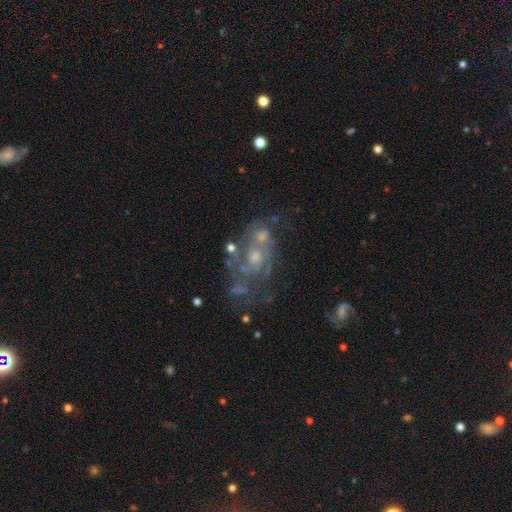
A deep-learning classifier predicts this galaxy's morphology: Q: Smooth or featured?
A: featured or disk (71%); runner-up: smooth (16%)
Q: Edge-on disk?
A: no (97%); runner-up: yes (3%)
Q: Bar?
A: no (82%); runner-up: weak (15%)
Q: Spiral arms?
A: yes (59%); runner-up: no (41%)
Q: Bulge size?
A: small (45%); runner-up: moderate (42%)
Q: Merging?
A: none (43%); runner-up: merger (20%)